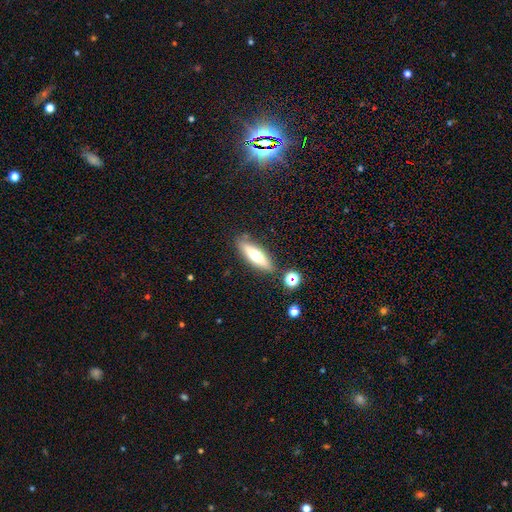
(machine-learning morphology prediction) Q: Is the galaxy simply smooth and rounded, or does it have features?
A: smooth — 53%.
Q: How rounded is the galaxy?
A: cigar-shaped — 63%.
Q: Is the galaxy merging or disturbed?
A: none — 82%.